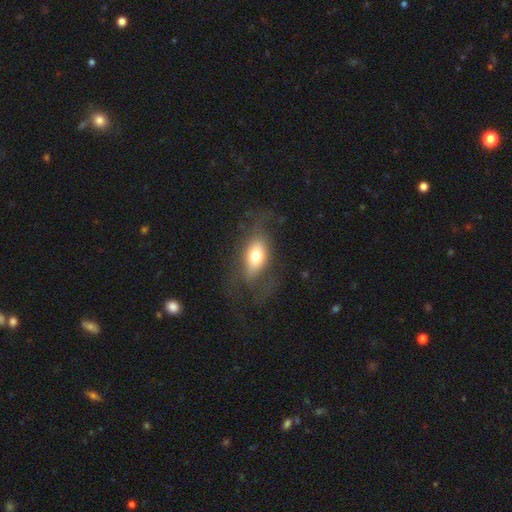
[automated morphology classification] type=smooth (64%); roundness=in between (83%); merging=none (58%).